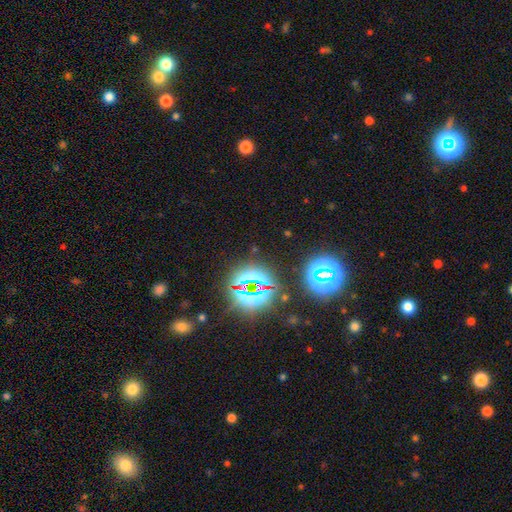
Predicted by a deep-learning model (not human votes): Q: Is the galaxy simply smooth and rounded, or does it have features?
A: star or artifact — 77%.